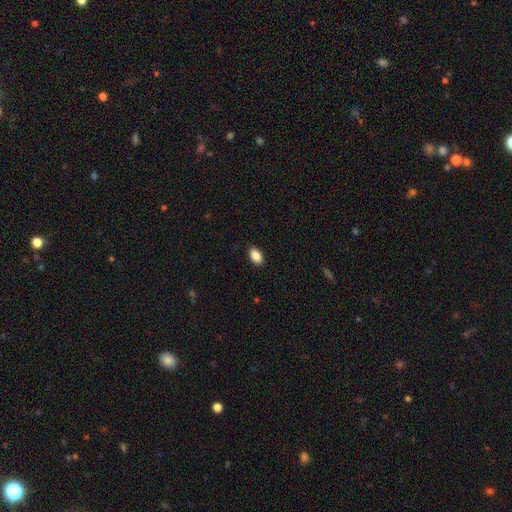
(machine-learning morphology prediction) Smooth or featured? smooth (89%)
How rounded? in between (91%)
Merging? none (89%)